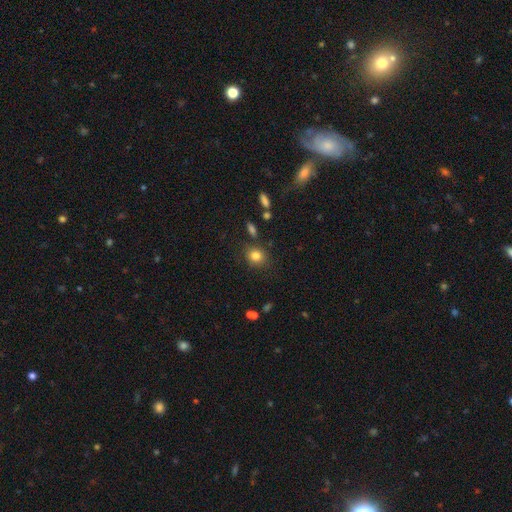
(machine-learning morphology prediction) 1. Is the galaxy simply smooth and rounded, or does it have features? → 82% smooth, 11% star or artifact, 7% featured or disk.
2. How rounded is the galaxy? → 71% round, 28% in between, 1% cigar-shaped.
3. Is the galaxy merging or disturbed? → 81% none, 11% minor disturbance, 4% merger, 4% major disturbance.